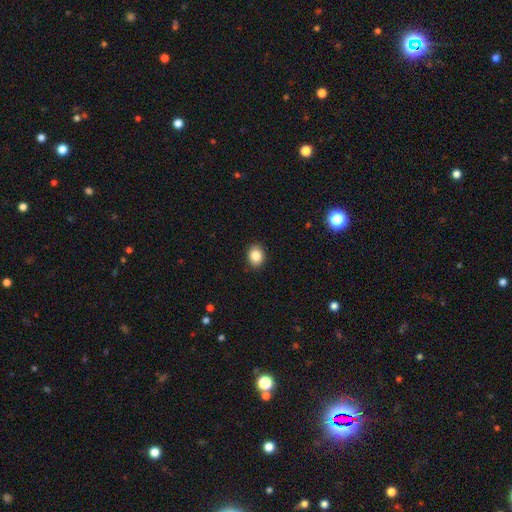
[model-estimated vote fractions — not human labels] Smooth or featured: smooth — 85% (star or artifact — 9%)
How rounded: in between — 50% (round — 49%)
Merging: none — 89% (minor disturbance — 8%)